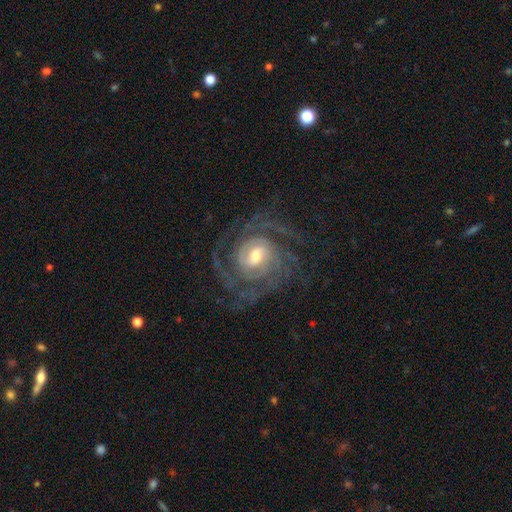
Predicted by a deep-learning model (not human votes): A featured or disk galaxy (91%) with a weak bar (49%), 3 (23%) tight (68%) spiral arms (98%) and a moderate central bulge (58%).

Vote fractions:
- Smooth or featured? featured or disk: 91% / star or artifact: 5% / smooth: 4%
- Edge-on disk? no: 98% / yes: 2%
- Bar? weak: 49% / no: 30% / strong: 21%
- Spiral arms? yes: 98% / no: 2%
- Spiral winding? tight: 68% / medium: 26% / loose: 6%
- Spiral arm count? 3: 23% / 2: 22% / can't tell: 22% / 4: 16% / more than 4: 9% / 1: 8%
- Bulge size? moderate: 58% / small: 30% / large: 10% / none: 1% / dominant: 1%
- Merging? none: 75% / minor disturbance: 13% / major disturbance: 11% / merger: 1%